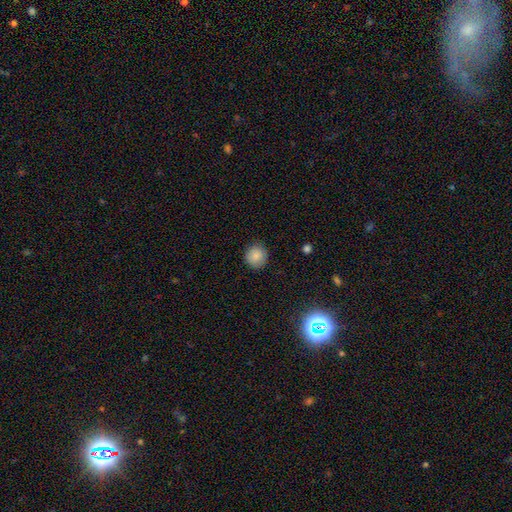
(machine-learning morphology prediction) A smooth galaxy with no disk features (87%) that is round (88%).

Vote fractions:
- Smooth or featured? smooth: 87% / star or artifact: 9% / featured or disk: 4%
- How rounded? round: 88% / in between: 11% / cigar-shaped: 1%
- Merging? none: 88% / minor disturbance: 9% / major disturbance: 2% / merger: 1%